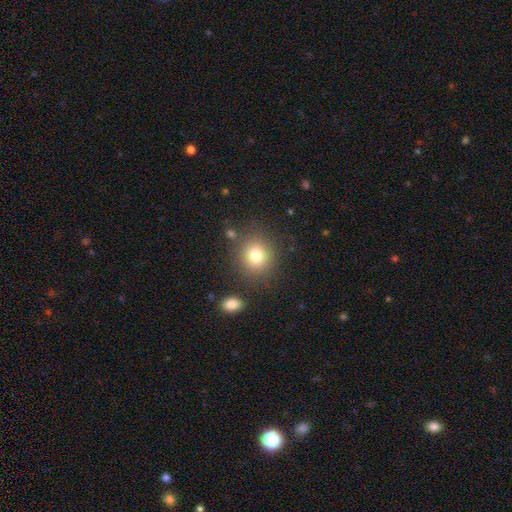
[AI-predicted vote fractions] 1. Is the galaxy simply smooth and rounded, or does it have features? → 79% smooth, 12% star or artifact, 9% featured or disk.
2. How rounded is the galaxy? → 82% round, 17% in between, 1% cigar-shaped.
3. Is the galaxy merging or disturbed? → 82% none, 9% minor disturbance, 5% merger, 4% major disturbance.